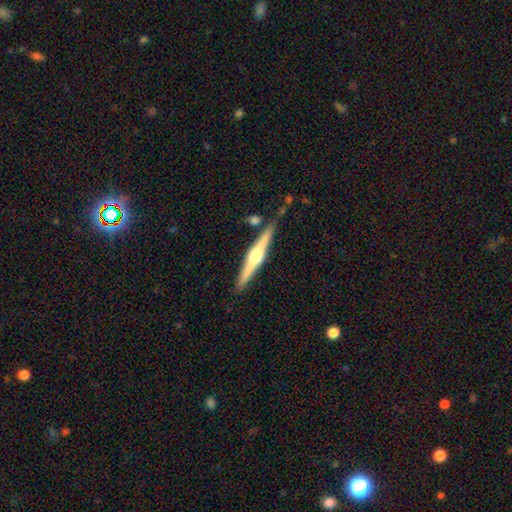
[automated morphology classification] A featured or disk galaxy (72%) viewed edge-on (98%) with a rounded central bulge (89%). Merging: none (84%).